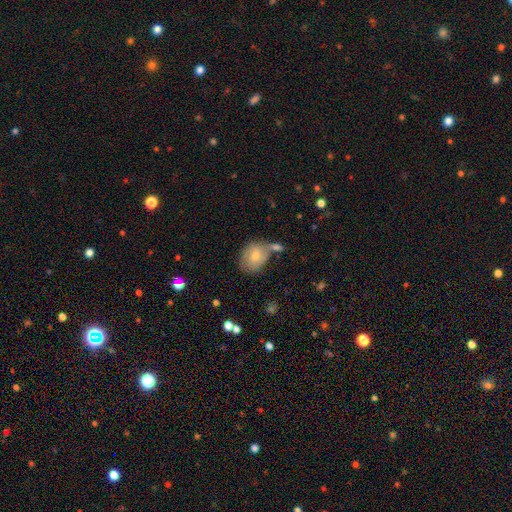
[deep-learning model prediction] Smooth or featured? smooth (57%)
How rounded? in between (60%)
Merging? none (45%)